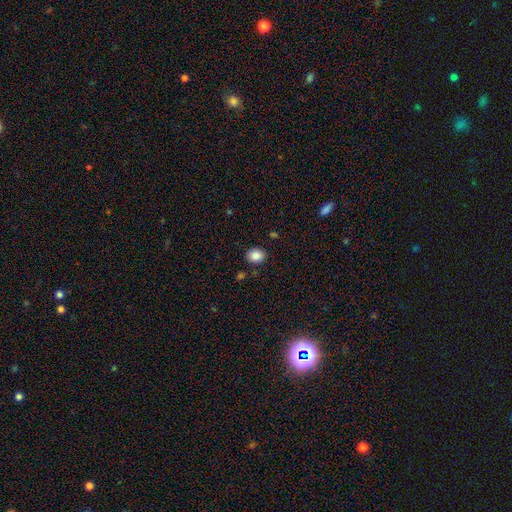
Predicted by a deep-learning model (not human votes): A smooth galaxy with no disk features (87%) that is round (55%). Merging: none (88%).